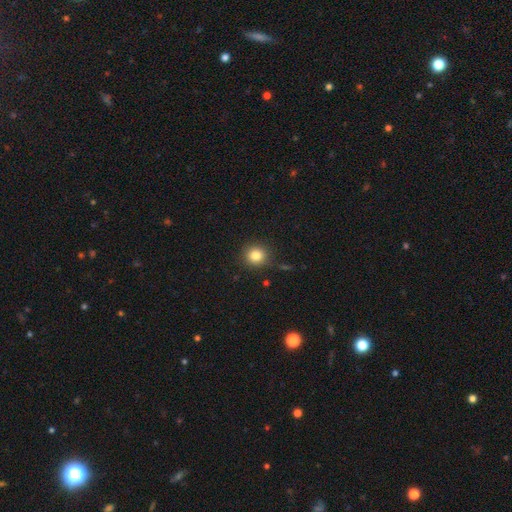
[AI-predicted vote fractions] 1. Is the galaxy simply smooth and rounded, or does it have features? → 83% smooth, 11% star or artifact, 6% featured or disk.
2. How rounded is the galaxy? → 90% round, 9% in between, 1% cigar-shaped.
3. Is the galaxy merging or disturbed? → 85% none, 10% minor disturbance, 3% major disturbance, 2% merger.